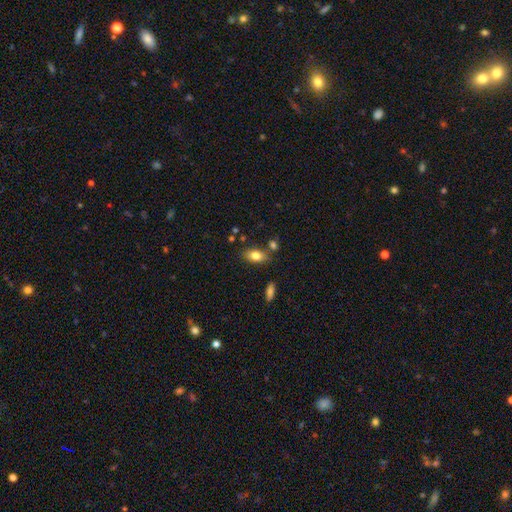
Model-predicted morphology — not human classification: type=smooth (80%); roundness=in between (89%); merging=none (76%).